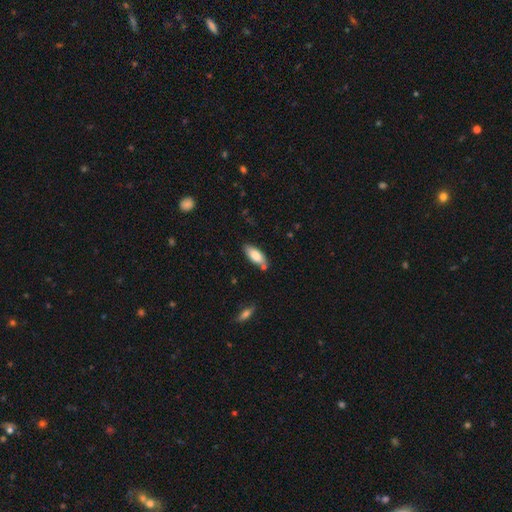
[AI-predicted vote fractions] Overall: smooth (80%). How rounded: in between (81%). Merging: none (73%).